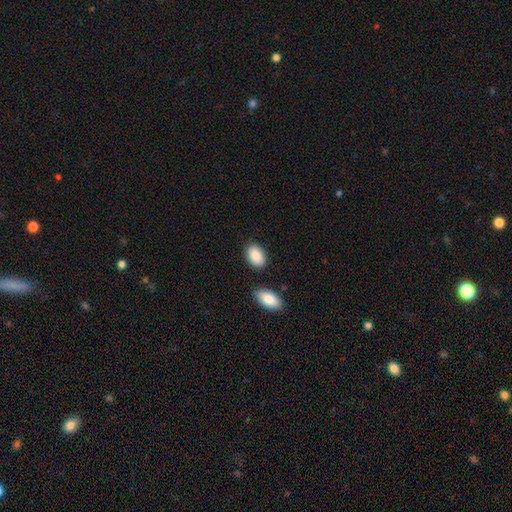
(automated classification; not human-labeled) Smooth or featured?
  - smooth: 90% *
  - star or artifact: 6%
  - featured or disk: 4%
How rounded?
  - in between: 89% *
  - round: 9%
  - cigar-shaped: 1%
Merging?
  - none: 82% *
  - minor disturbance: 11%
  - merger: 5%
  - major disturbance: 3%